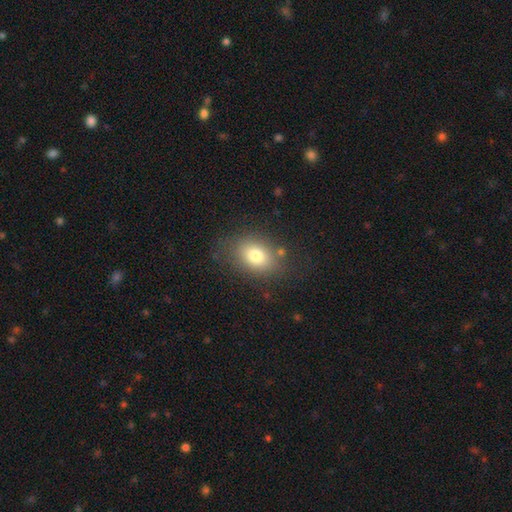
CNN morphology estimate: Smooth or featured?
  - smooth: 77% *
  - featured or disk: 12%
  - star or artifact: 11%
How rounded?
  - in between: 70% *
  - round: 29%
  - cigar-shaped: 1%
Merging?
  - none: 77% *
  - minor disturbance: 14%
  - major disturbance: 6%
  - merger: 3%